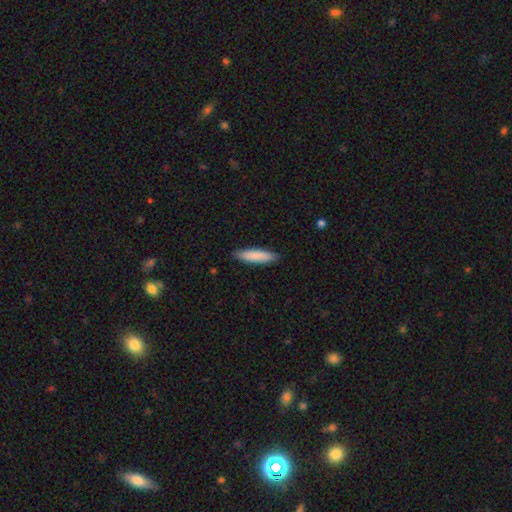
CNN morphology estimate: smooth_or_featured: smooth (p=0.85) [alt: featured or disk p=0.09]
how_rounded: cigar-shaped (p=0.80) [alt: in between p=0.19]
merging: none (p=0.89) [alt: minor disturbance p=0.08]